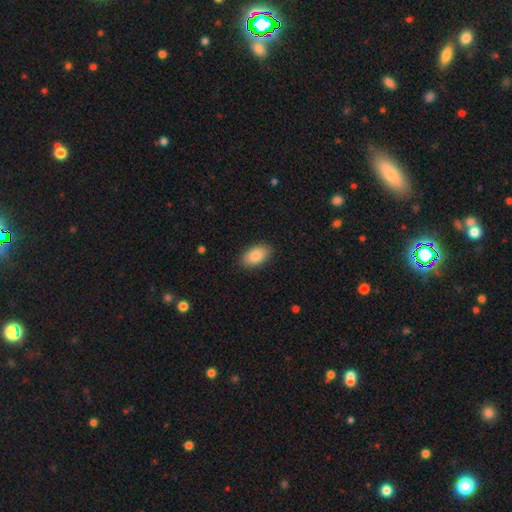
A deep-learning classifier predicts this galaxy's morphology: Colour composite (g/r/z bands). It shows a smooth galaxy with no disk features (88%) that is in between round and cigar-shaped (94%). Merging: none (88%).